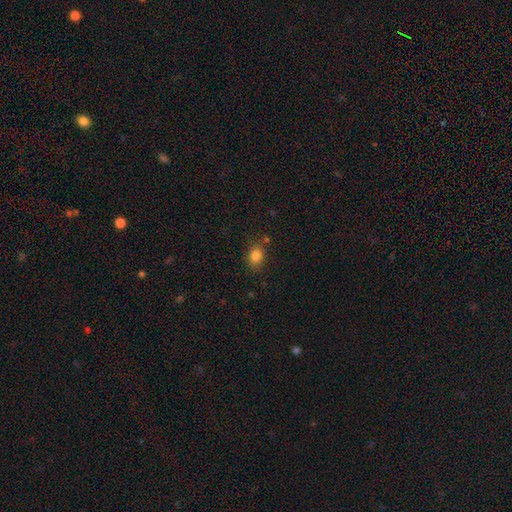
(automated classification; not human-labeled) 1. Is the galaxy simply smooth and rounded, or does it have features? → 83% smooth, 11% star or artifact, 6% featured or disk.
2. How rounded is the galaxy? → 53% in between, 46% round, 1% cigar-shaped.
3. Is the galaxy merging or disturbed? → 76% none, 14% minor disturbance, 6% merger, 4% major disturbance.